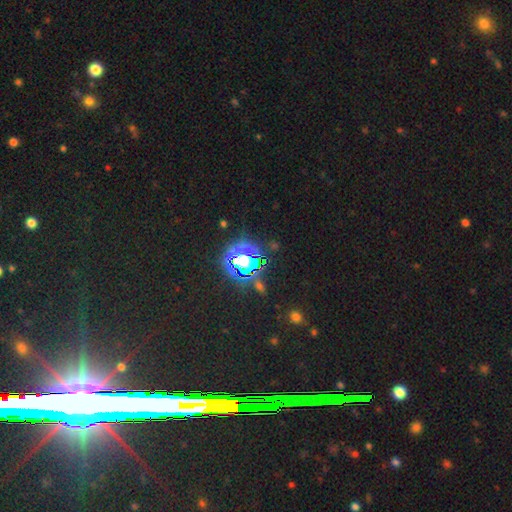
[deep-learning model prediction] star or artifact 80%, smooth 11%, featured or disk 8%.